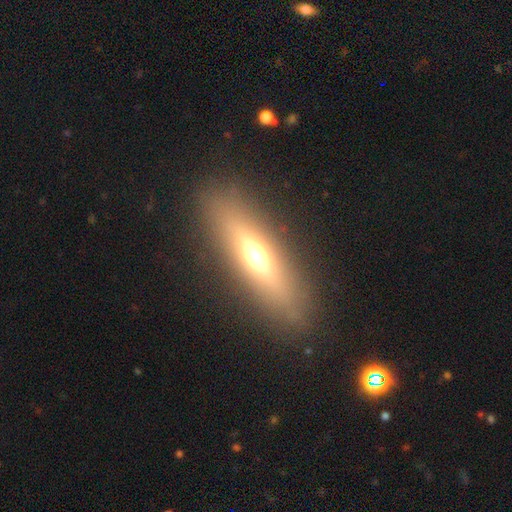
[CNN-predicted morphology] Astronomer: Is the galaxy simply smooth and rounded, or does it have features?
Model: featured or disk — 48% (runner-up: smooth, 41%).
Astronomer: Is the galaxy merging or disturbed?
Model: none — 86%.